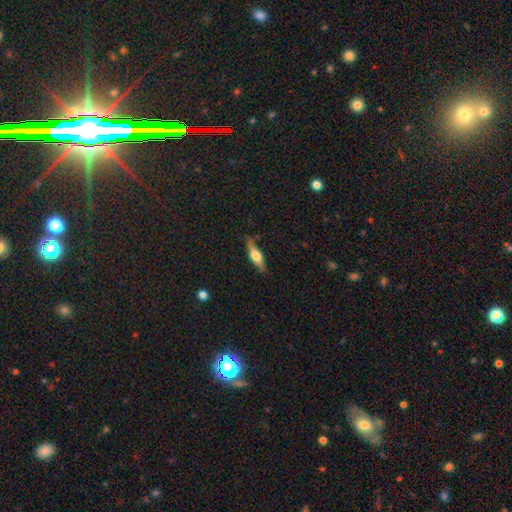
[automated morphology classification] featured or disk 53%, smooth 41%, star or artifact 6%. Down the decision tree: edge-on disk — yes (92%); merging — none (78%).